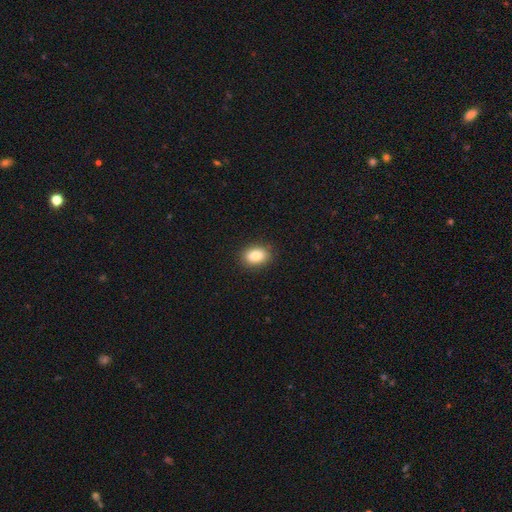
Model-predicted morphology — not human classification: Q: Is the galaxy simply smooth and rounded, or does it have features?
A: smooth — 84%.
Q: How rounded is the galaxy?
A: in between — 75%.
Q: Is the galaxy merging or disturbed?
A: none — 89%.